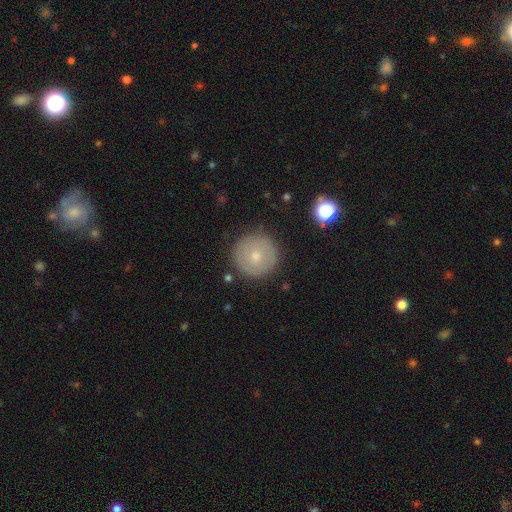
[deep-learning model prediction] Smooth or featured?
  - smooth: 64% *
  - featured or disk: 27%
  - star or artifact: 9%
How rounded?
  - round: 96% *
  - in between: 3%
  - cigar-shaped: 1%
Merging?
  - none: 87% *
  - minor disturbance: 9%
  - major disturbance: 3%
  - merger: 1%